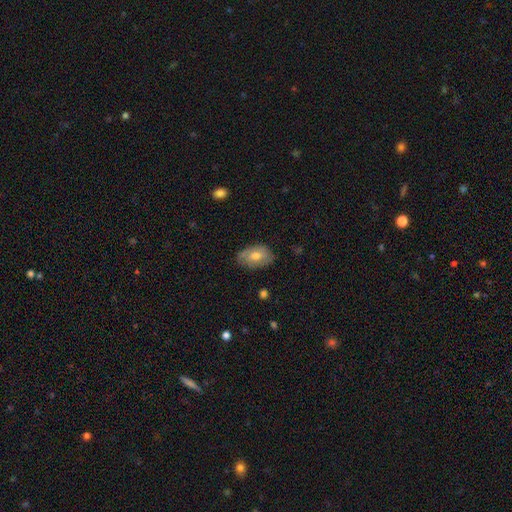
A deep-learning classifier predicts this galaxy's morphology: The model was most divided on "smooth or featured": smooth: 53%, featured or disk: 39%, star or artifact: 7%. More confident: how rounded — in between (85%); merging — none (74%).